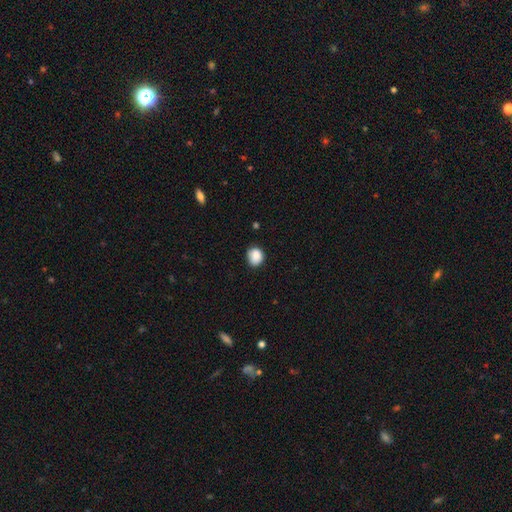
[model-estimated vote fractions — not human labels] A smooth galaxy with no disk features (87%) that is round (66%). Merging: none (74%).